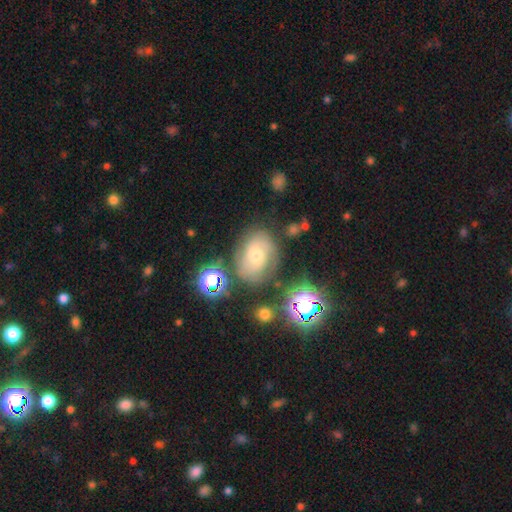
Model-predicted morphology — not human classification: This is possibly a featured or disk galaxy (52%). It is clearly not viewed edge-on (95%). Merging: likely none (68%).